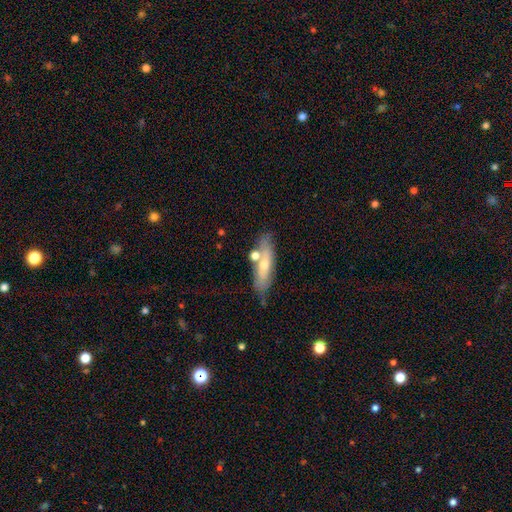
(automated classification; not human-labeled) Smooth or featured: smooth — 53% (featured or disk — 40%)
How rounded: in between — 50% (cigar-shaped — 44%)
Merging: none — 60% (minor disturbance — 17%)